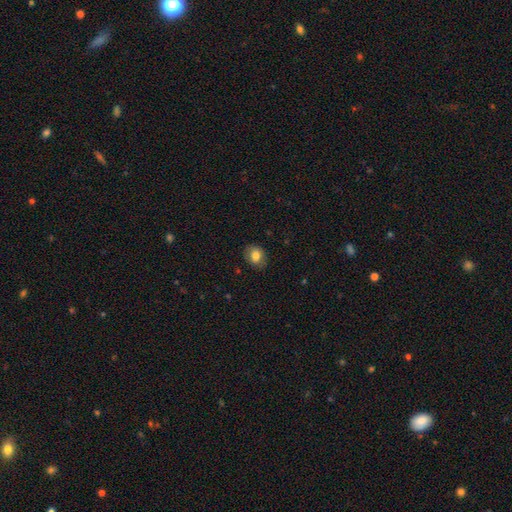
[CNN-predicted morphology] Overall: smooth (79%). How rounded: in between (53%; round 46%). Merging: none (82%).